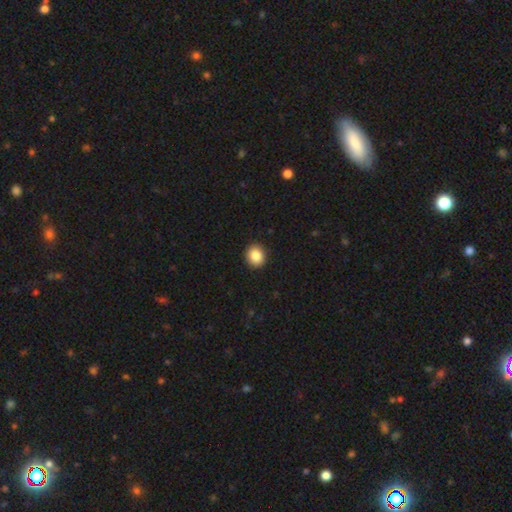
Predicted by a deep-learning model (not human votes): Smooth or featured? smooth (86%)
How rounded? round (77%)
Merging? none (91%)